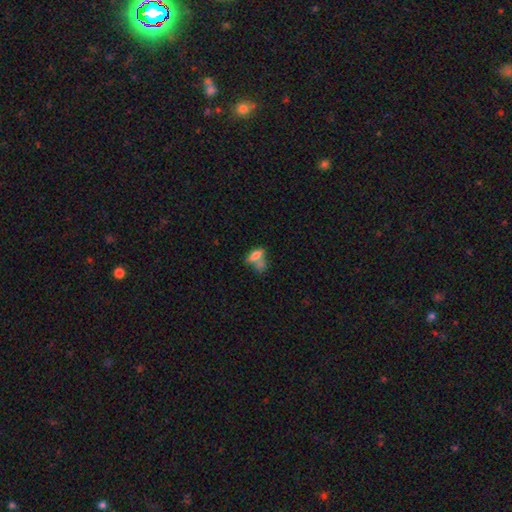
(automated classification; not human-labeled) Smooth or featured: smooth — 67% (featured or disk — 23%)
How rounded: in between — 68% (cigar-shaped — 26%)
Merging: merger — 43% (none — 35%)